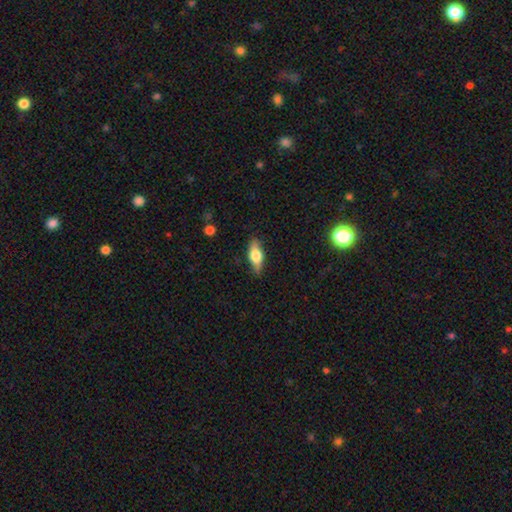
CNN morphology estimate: type=smooth (56%); roundness=in between (70%); merging=none (83%).